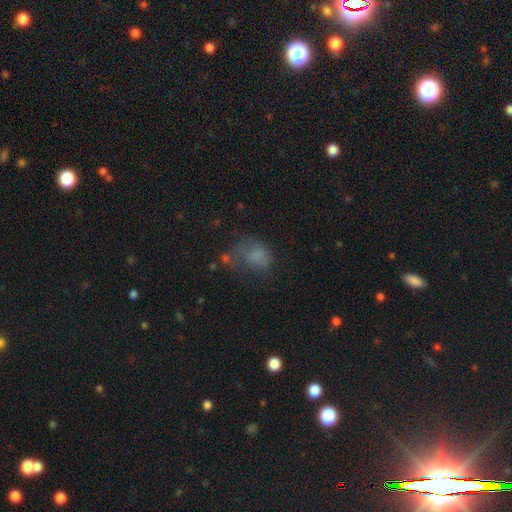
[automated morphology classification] Q: Smooth or featured?
A: smooth (69%); runner-up: star or artifact (17%)
Q: How rounded?
A: in between (52%); runner-up: round (47%)
Q: Merging?
A: none (36%); runner-up: major disturbance (31%)